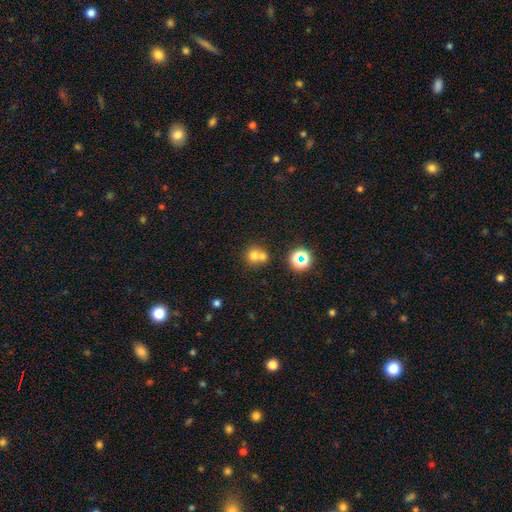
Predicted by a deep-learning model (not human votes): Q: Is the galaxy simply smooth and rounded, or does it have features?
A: smooth — 67%.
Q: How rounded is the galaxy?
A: round — 85%.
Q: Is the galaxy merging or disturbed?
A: merger — 52%.